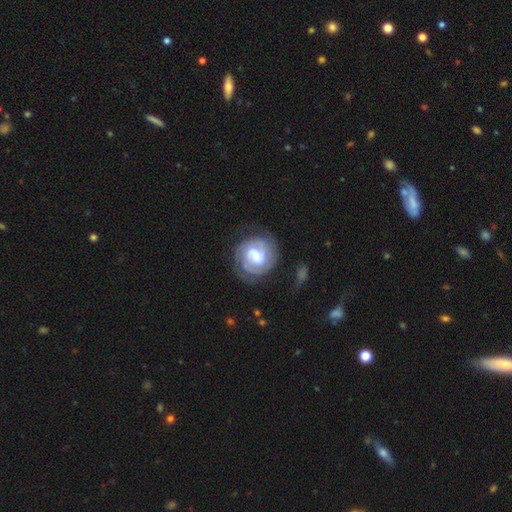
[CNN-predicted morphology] smooth_or_featured: featured or disk (p=0.73) [alt: smooth p=0.21]
disk_edge_on: no (p=0.98) [alt: yes p=0.02]
bar: weak (p=0.47) [alt: no p=0.37]
has_spiral_arms: yes (p=0.90) [alt: no p=0.10]
spiral_winding: tight (p=0.64) [alt: medium p=0.28]
spiral_arm_count: 2 (p=0.49) [alt: can't tell p=0.27]
bulge_size: moderate (p=0.34) [alt: small p=0.29]
merging: none (p=0.68) [alt: minor disturbance p=0.18]